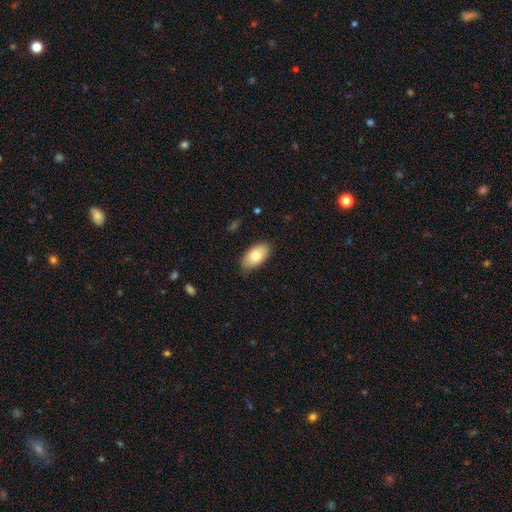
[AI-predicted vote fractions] This is likely a smooth galaxy (79%). How rounded: clearly in between (94%). Merging: likely none (74%).